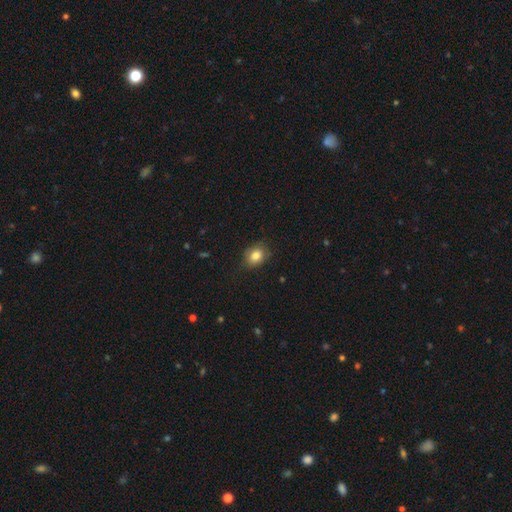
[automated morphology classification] Smooth or featured? smooth (82%)
How rounded? in between (51%)
Merging? none (79%)